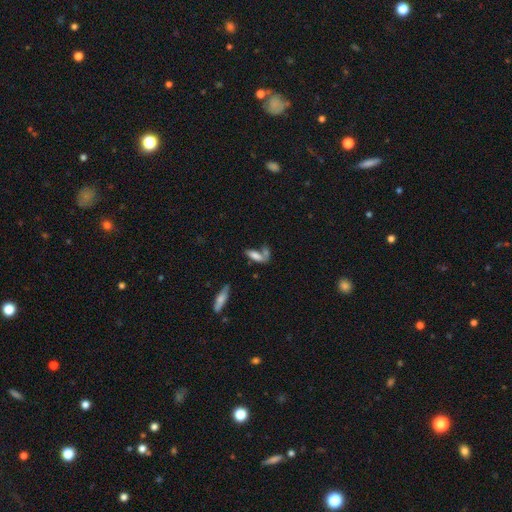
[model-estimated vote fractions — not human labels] smooth-or-featured: smooth: 70% | featured or disk: 20% | star or artifact: 10%
  how-rounded: in between: 62% | cigar-shaped: 35% | round: 3%
  merging: merger: 38% | none: 37% | minor disturbance: 14% | major disturbance: 10%